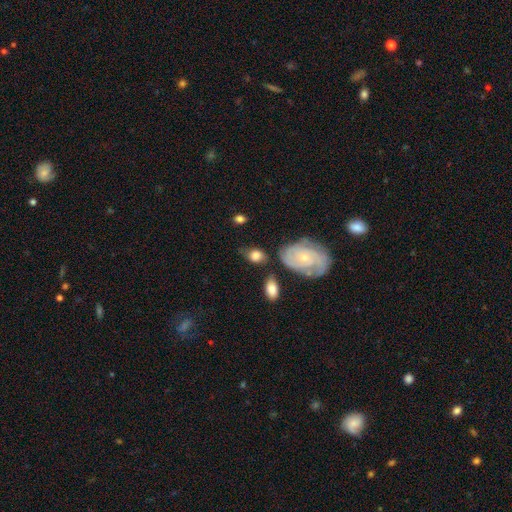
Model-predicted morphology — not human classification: A smooth galaxy with no disk features (63%) that is in between round and cigar-shaped (70%). Merging: none (54%).